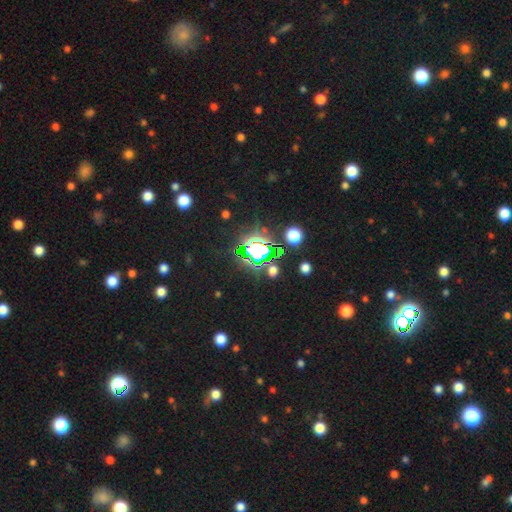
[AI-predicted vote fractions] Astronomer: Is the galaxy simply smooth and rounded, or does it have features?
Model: star or artifact — 69%.